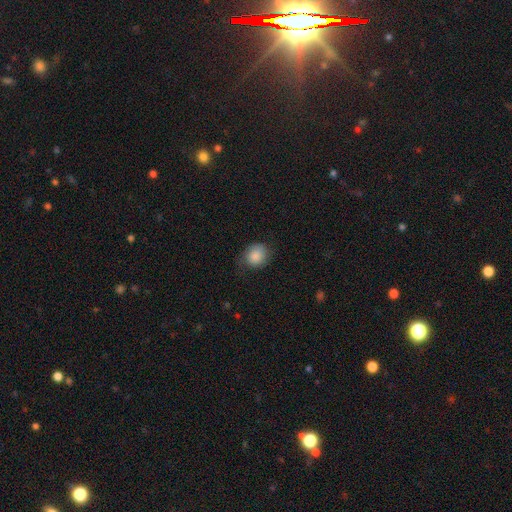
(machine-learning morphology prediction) Smooth or featured?
  - smooth: 85% *
  - star or artifact: 8%
  - featured or disk: 7%
How rounded?
  - round: 67% *
  - in between: 32%
  - cigar-shaped: 1%
Merging?
  - none: 66% *
  - minor disturbance: 25%
  - major disturbance: 8%
  - merger: 1%